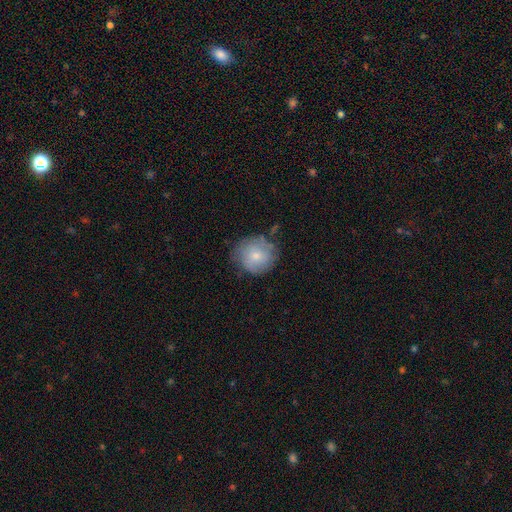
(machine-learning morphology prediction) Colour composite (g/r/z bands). It shows a smooth galaxy with no disk features (69%) that is round (88%). Merging: none (66%).